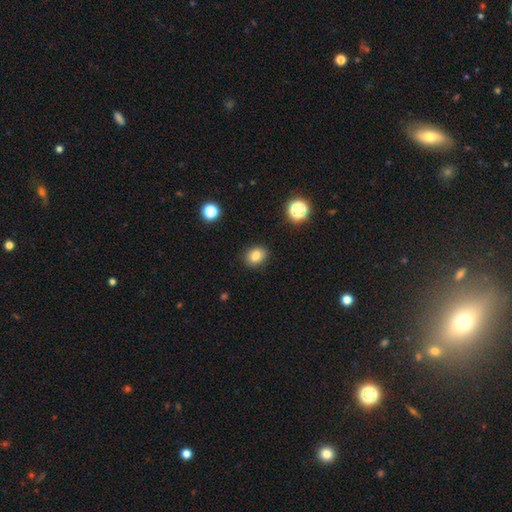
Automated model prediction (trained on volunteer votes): Morphology: type=smooth (82%); roundness=in between (55%); merging=none (87%).